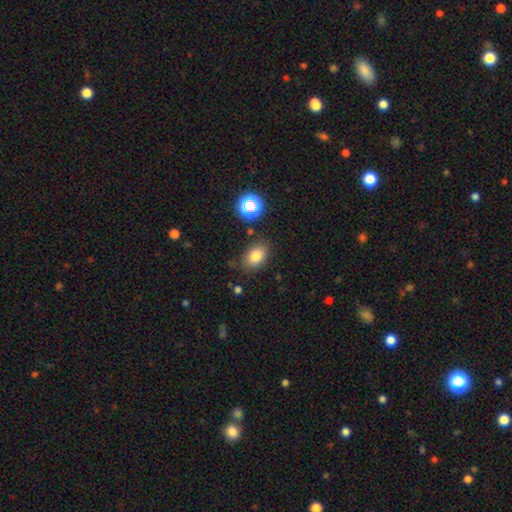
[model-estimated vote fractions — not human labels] Smooth or featured?
  - smooth: 78% *
  - star or artifact: 13%
  - featured or disk: 9%
How rounded?
  - in between: 75% *
  - round: 23%
  - cigar-shaped: 1%
Merging?
  - none: 78% *
  - minor disturbance: 15%
  - major disturbance: 4%
  - merger: 3%